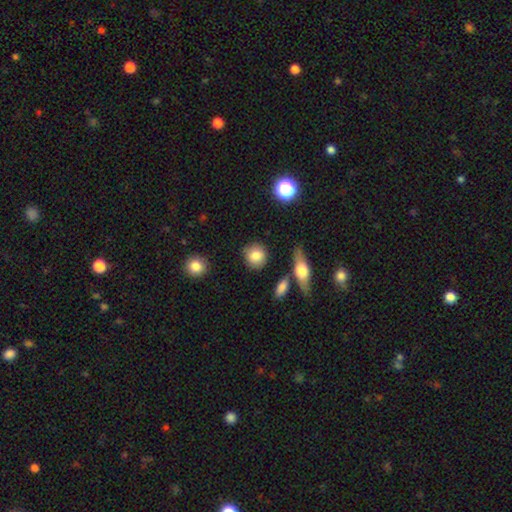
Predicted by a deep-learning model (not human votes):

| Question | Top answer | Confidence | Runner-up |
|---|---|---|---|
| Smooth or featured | smooth | 81% | featured or disk (11%) |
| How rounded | round | 85% | in between (14%) |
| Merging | none | 82% | minor disturbance (11%) |